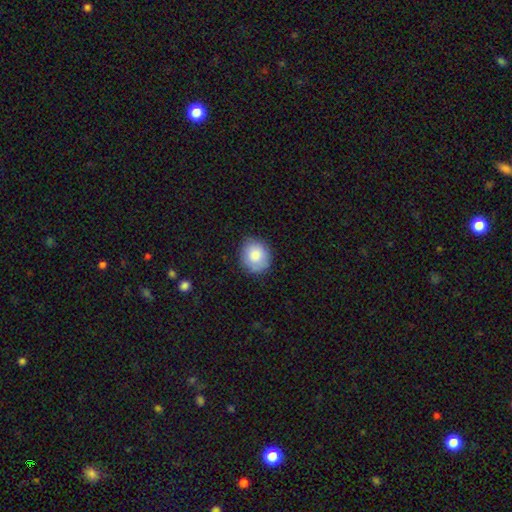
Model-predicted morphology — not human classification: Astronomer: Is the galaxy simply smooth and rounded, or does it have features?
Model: smooth — 84%.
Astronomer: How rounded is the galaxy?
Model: round — 72%.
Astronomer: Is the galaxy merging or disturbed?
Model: none — 80%.